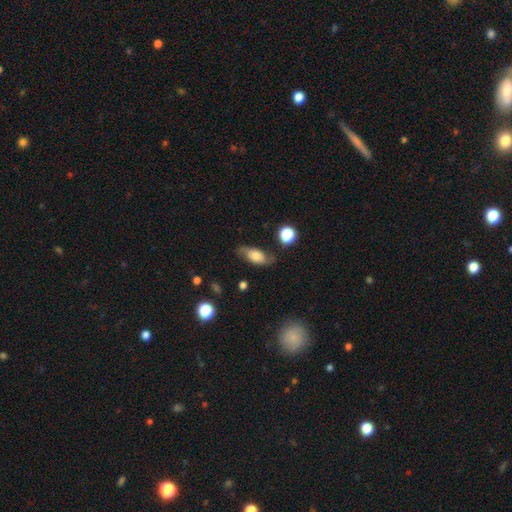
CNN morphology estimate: Q: Smooth or featured?
A: smooth (60%); runner-up: featured or disk (31%)
Q: How rounded?
A: in between (82%); runner-up: cigar-shaped (12%)
Q: Merging?
A: none (65%); runner-up: minor disturbance (24%)